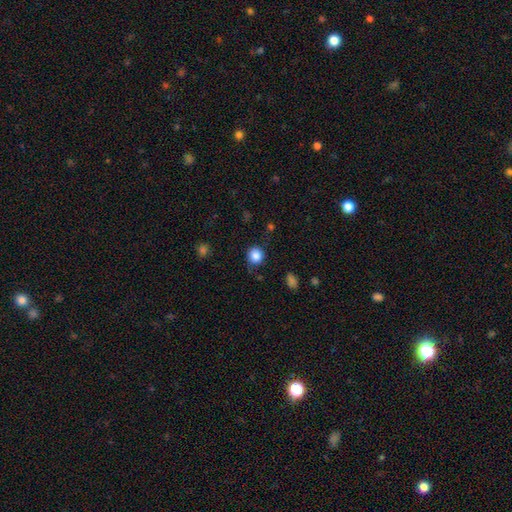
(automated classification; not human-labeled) smooth 85%, star or artifact 10%, featured or disk 5%. Down the decision tree: how rounded — round (83%); merging — none (79%).